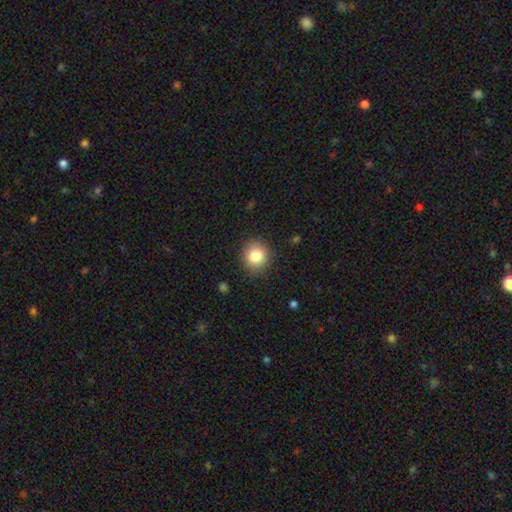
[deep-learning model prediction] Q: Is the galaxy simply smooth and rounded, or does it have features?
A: smooth — 83%.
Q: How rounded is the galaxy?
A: round — 87%.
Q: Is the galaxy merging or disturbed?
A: none — 89%.